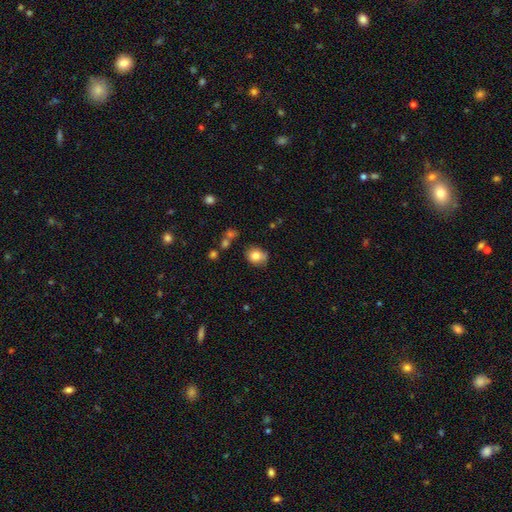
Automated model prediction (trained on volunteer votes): Smooth or featured? Predicted: smooth (p=0.80). How rounded? Predicted: round (p=0.62). Merging? Predicted: none (p=0.70).